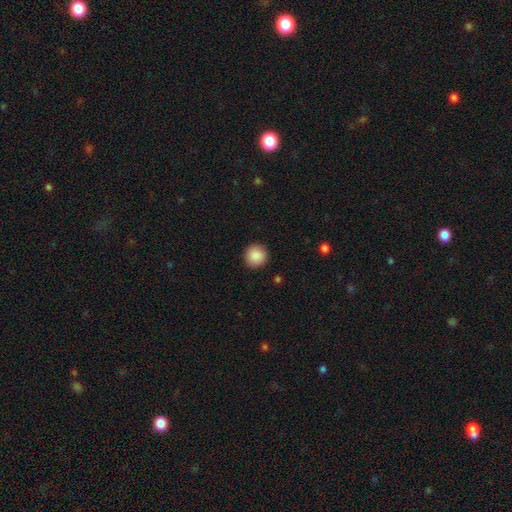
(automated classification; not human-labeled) This is clearly a smooth galaxy (89%). How rounded: clearly round (95%). Merging: clearly none (92%).